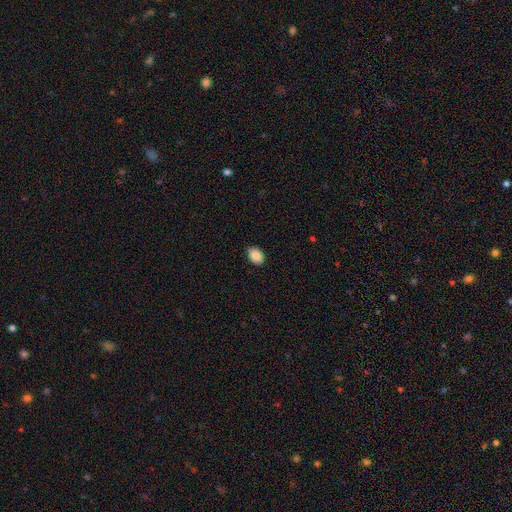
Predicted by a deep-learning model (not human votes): A smooth galaxy with no disk features (89%) that is in between round and cigar-shaped (80%).

Vote fractions:
- Smooth or featured? smooth: 89% / star or artifact: 8% / featured or disk: 4%
- How rounded? in between: 80% / round: 19% / cigar-shaped: 1%
- Merging? none: 88% / minor disturbance: 10% / major disturbance: 2% / merger: 1%